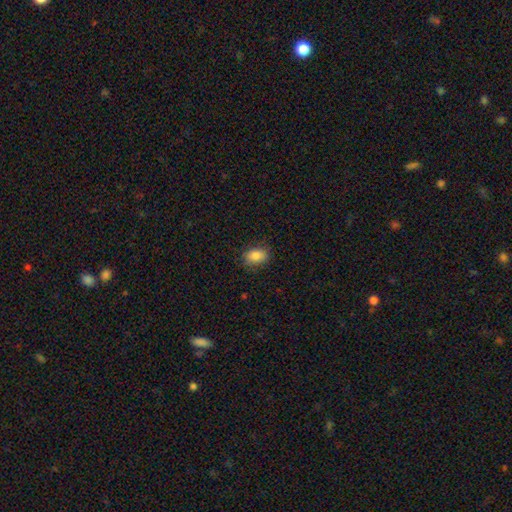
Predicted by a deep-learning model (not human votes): smooth-or-featured: smooth: 85% | star or artifact: 9% | featured or disk: 7%
  how-rounded: in between: 80% | round: 18% | cigar-shaped: 2%
  merging: none: 84% | minor disturbance: 12% | major disturbance: 3% | merger: 1%